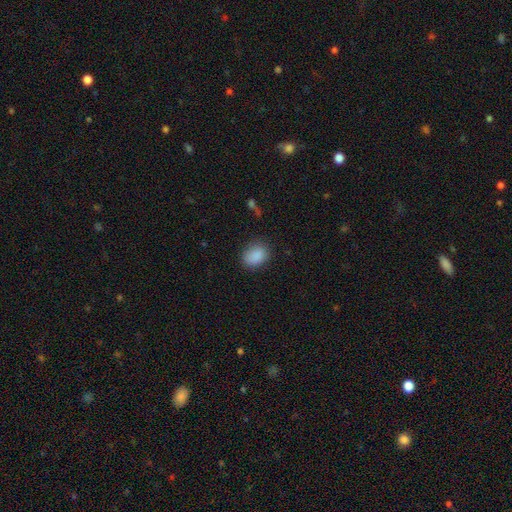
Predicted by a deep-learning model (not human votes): Smooth or featured: smooth — 88% (star or artifact — 8%)
How rounded: in between — 73% (round — 26%)
Merging: none — 80% (minor disturbance — 14%)